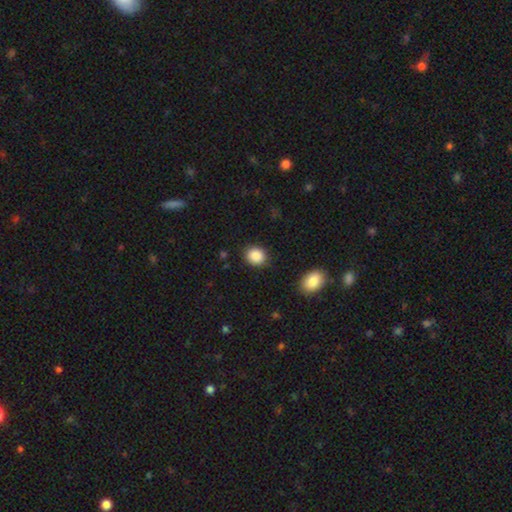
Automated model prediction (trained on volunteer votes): The model was most divided on "how rounded": round: 65%, in between: 34%, cigar-shaped: 1%. More confident: smooth or featured — smooth (88%); merging — none (86%).